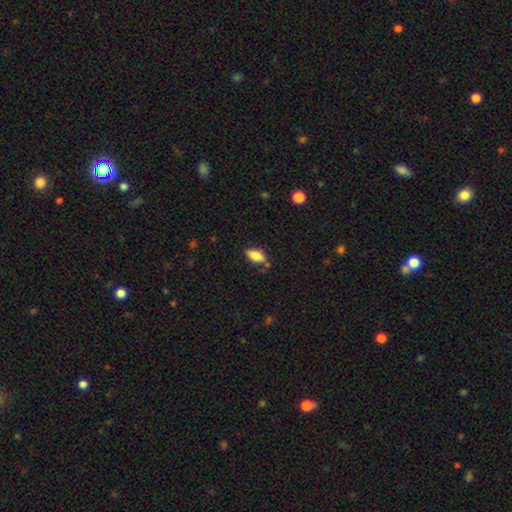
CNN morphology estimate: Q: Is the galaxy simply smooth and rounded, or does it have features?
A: smooth — 77%.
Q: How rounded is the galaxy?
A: in between — 86%.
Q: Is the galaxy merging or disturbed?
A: none — 75%.